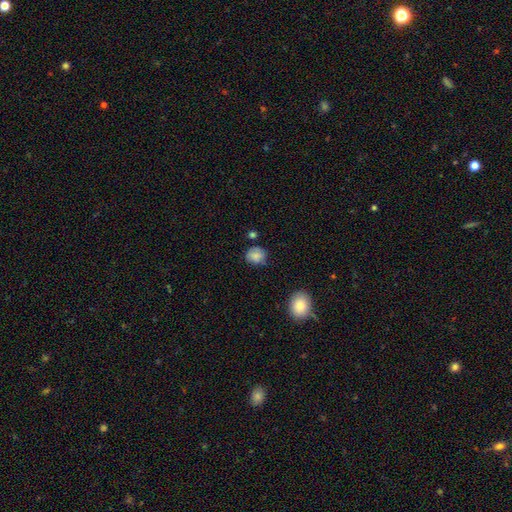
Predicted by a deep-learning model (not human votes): smooth 82%, featured or disk 10%, star or artifact 9%. Down the decision tree: how rounded — round (73%); merging — none (67%).